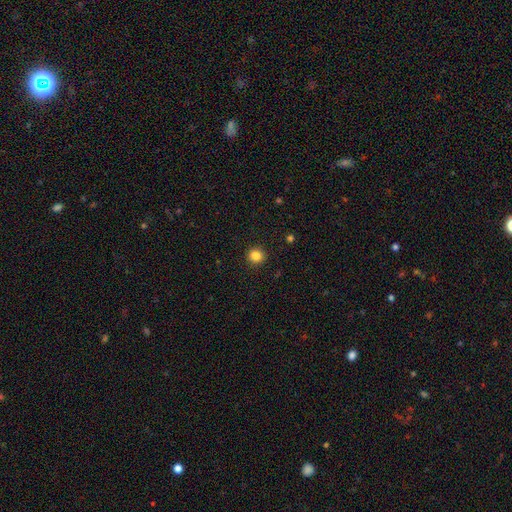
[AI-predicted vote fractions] smooth 85%, star or artifact 11%, featured or disk 4%. Down the decision tree: how rounded — round (92%); merging — none (92%).